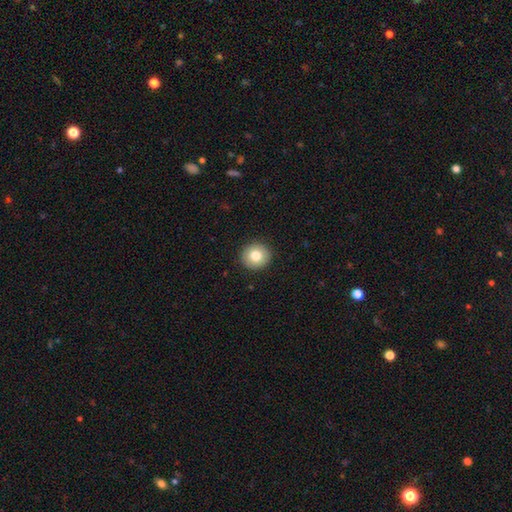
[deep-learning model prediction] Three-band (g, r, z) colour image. It shows a smooth galaxy with no disk features (79%) that is round (92%). Merging: none (92%).